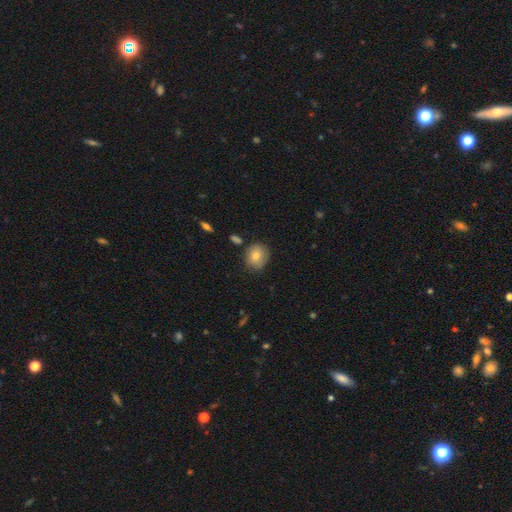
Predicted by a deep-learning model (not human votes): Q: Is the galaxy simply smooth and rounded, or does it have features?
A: smooth — 77%.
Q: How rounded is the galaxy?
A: round — 71%.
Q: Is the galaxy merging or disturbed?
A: none — 77%.